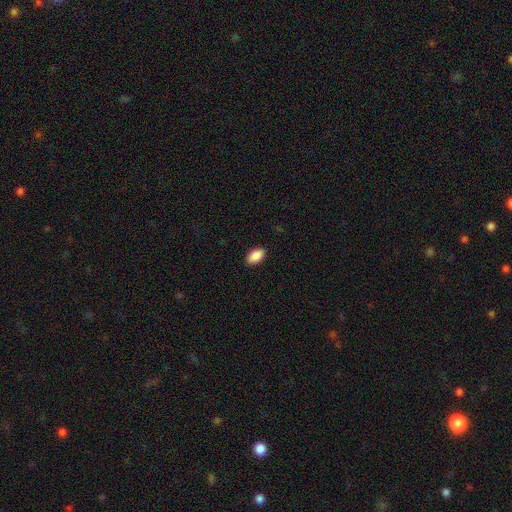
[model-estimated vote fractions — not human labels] This appears to be a smooth galaxy with no disk features (89%) that is in between round and cigar-shaped (94%). Merging: none (89%).